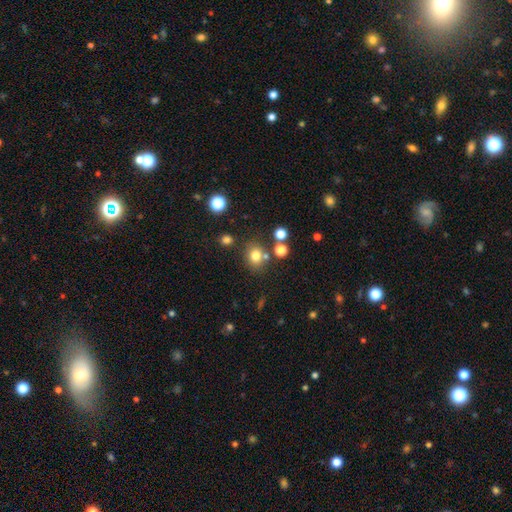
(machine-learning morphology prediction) This appears to be a smooth galaxy with no disk features (77%) that is round (69%). Merging: none (72%).